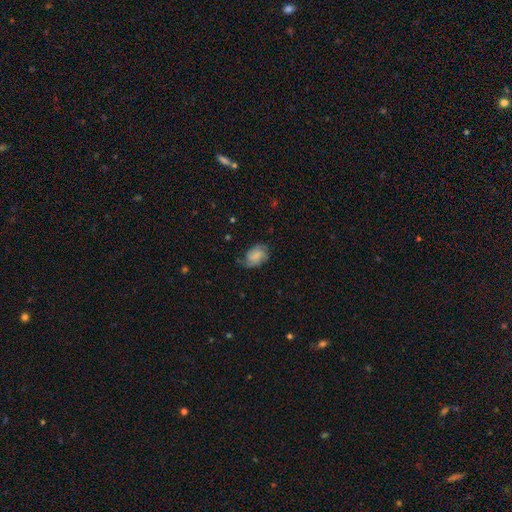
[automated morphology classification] smooth 69%, featured or disk 22%, star or artifact 8%. Down the decision tree: how rounded — in between (77%); merging — none (50%).